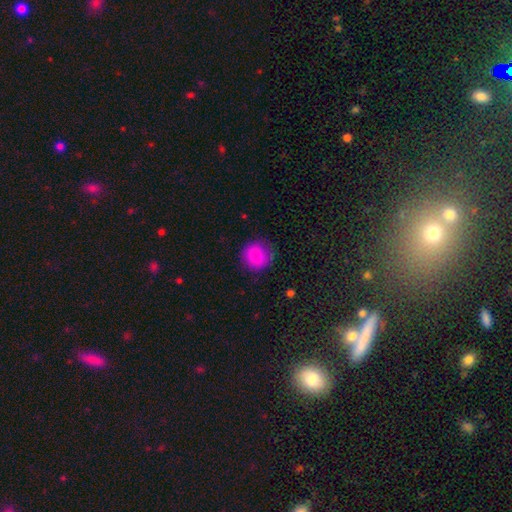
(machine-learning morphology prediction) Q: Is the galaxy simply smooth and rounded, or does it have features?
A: smooth — 85%.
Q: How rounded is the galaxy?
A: round — 90%.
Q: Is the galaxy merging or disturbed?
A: none — 82%.